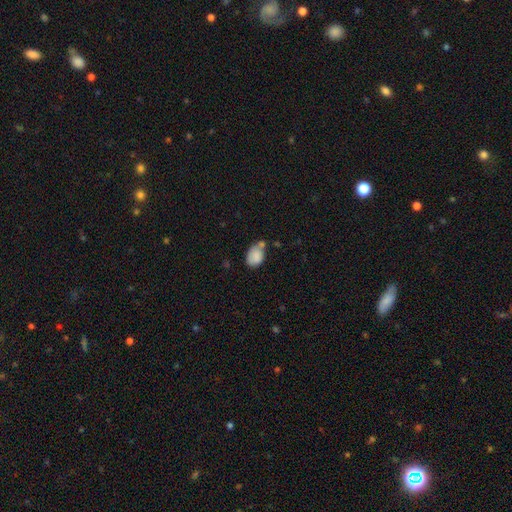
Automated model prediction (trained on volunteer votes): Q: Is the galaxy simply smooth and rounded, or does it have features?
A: smooth — 84%.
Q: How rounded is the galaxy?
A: in between — 73%.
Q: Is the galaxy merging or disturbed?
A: none — 42%.